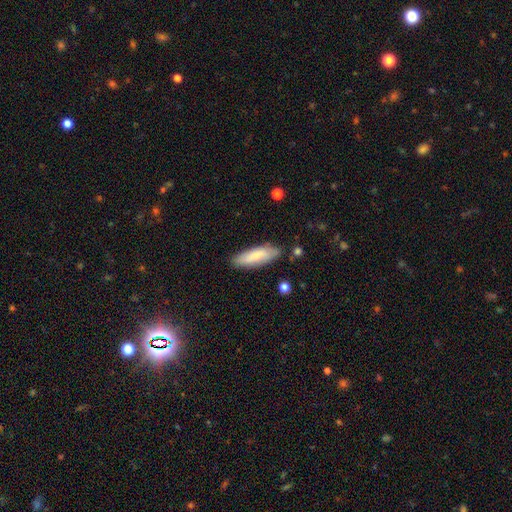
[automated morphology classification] smooth-or-featured: smooth: 81% | featured or disk: 13% | star or artifact: 6%
  how-rounded: in between: 51% | cigar-shaped: 48% | round: 2%
  merging: none: 82% | minor disturbance: 13% | major disturbance: 3% | merger: 2%